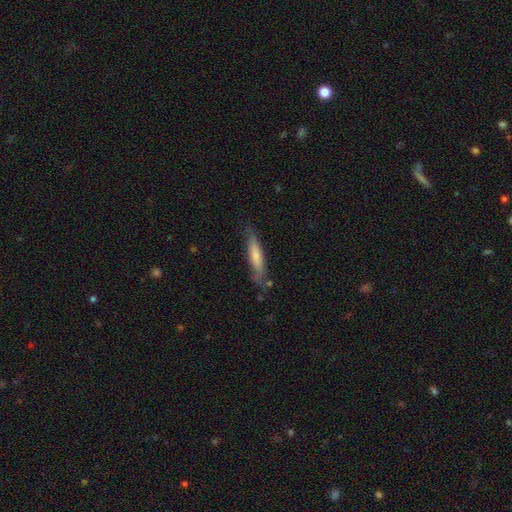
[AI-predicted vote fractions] A smooth galaxy with no disk features (66%) that is cigar-shaped (83%).

Vote fractions:
- Smooth or featured? smooth: 66% / featured or disk: 29% / star or artifact: 6%
- How rounded? cigar-shaped: 83% / in between: 16% / round: 1%
- Merging? none: 69% / minor disturbance: 22% / major disturbance: 5% / merger: 3%